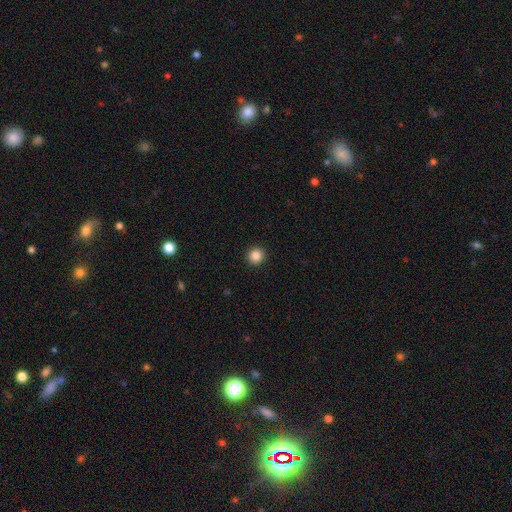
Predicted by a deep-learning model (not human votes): Smooth or featured?
  - smooth: 86% *
  - star or artifact: 11%
  - featured or disk: 4%
How rounded?
  - round: 95% *
  - in between: 4%
  - cigar-shaped: 1%
Merging?
  - none: 93% *
  - minor disturbance: 4%
  - major disturbance: 2%
  - merger: 1%